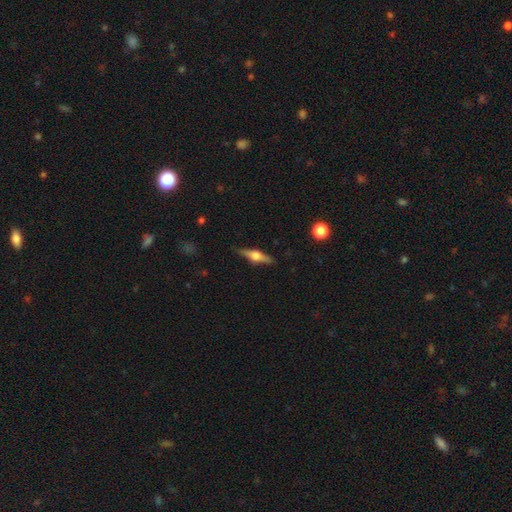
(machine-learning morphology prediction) smooth-or-featured: featured or disk: 65% | smooth: 28% | star or artifact: 6%
  disk-edge-on: yes: 97% | no: 3%
    edge-on-bulge: rounded: 94% | boxy: 4% | none: 2%
  merging: none: 88% | minor disturbance: 9% | major disturbance: 2% | merger: 1%